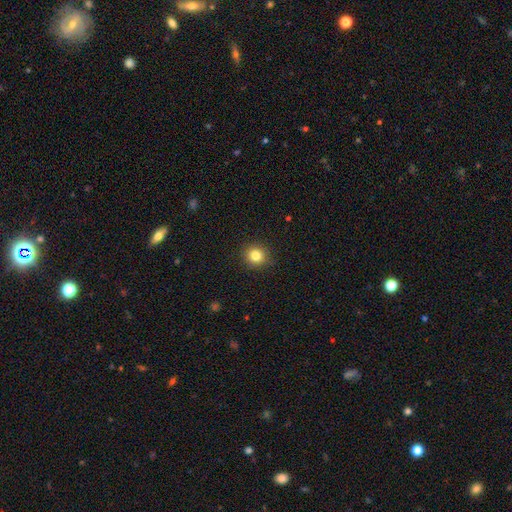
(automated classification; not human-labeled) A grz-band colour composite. It shows a smooth galaxy with no disk features (83%) that is round (89%). Merging: none (91%).